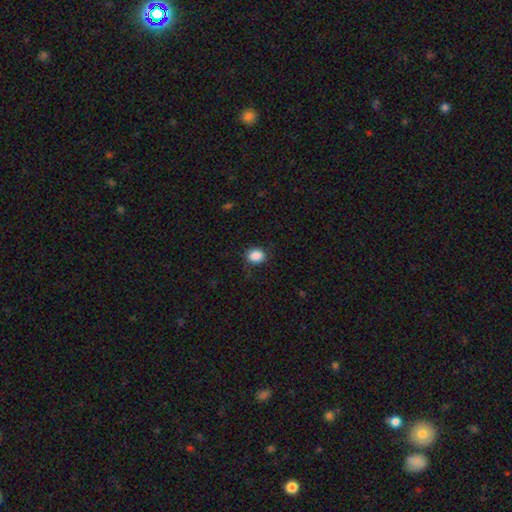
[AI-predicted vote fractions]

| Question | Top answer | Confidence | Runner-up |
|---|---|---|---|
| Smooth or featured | smooth | 87% | star or artifact (10%) |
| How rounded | round | 63% | in between (36%) |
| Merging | none | 82% | minor disturbance (13%) |